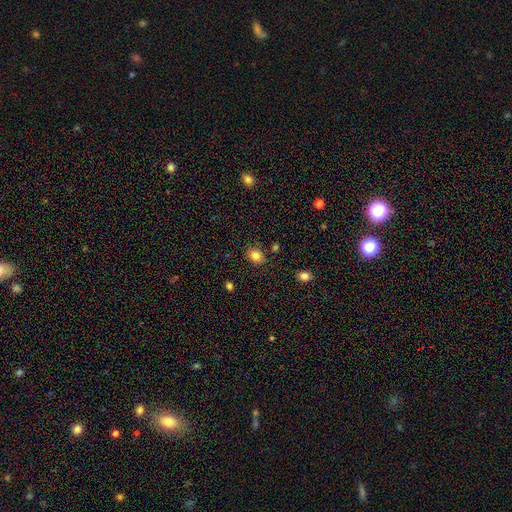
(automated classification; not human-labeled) This appears to be a smooth galaxy with no disk features (84%) that is in between round and cigar-shaped (52%). Merging: none (83%).